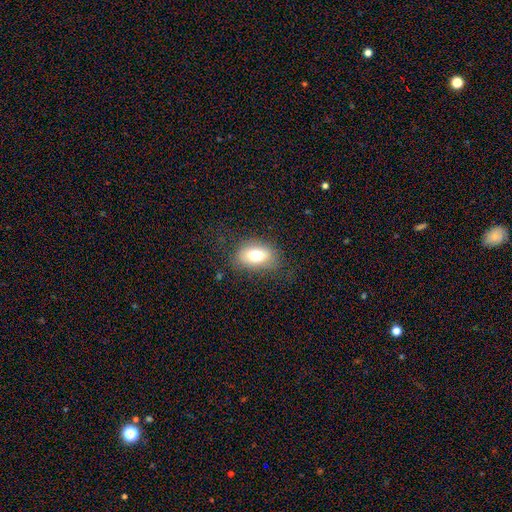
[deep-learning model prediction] smooth_or_featured: smooth (p=0.72) [alt: featured or disk p=0.19]
how_rounded: in between (p=0.83) [alt: round p=0.14]
merging: none (p=0.75) [alt: minor disturbance p=0.16]